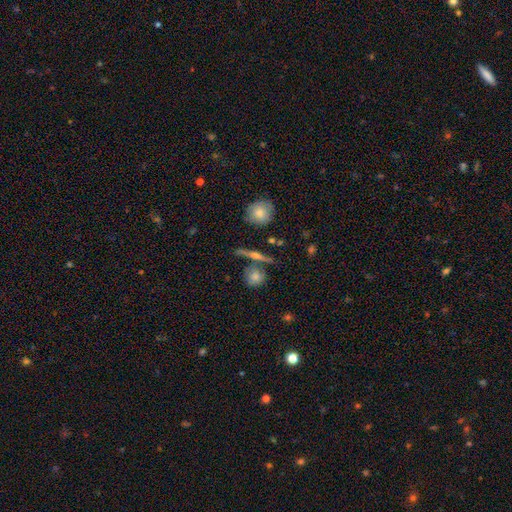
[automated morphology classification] featured or disk 49%, smooth 41%, star or artifact 10%. Down the decision tree: merging — none (76%).